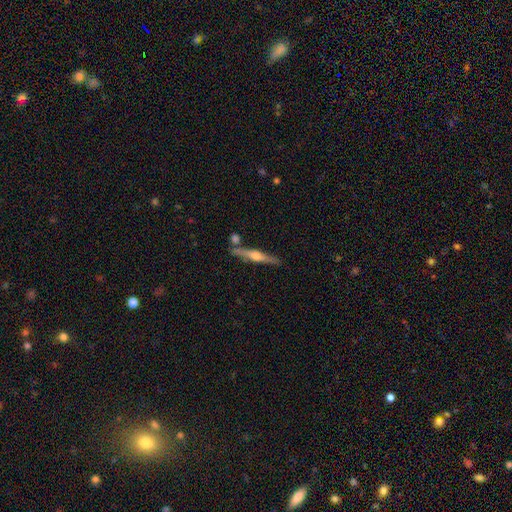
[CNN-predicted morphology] Smooth or featured?
  - featured or disk: 69% *
  - smooth: 25%
  - star or artifact: 6%
Edge-on disk?
  - yes: 97% *
  - no: 3%
Edge-on bulge?
  - rounded: 89% *
  - boxy: 6%
  - none: 5%
Merging?
  - none: 79% *
  - minor disturbance: 10%
  - merger: 9%
  - major disturbance: 2%